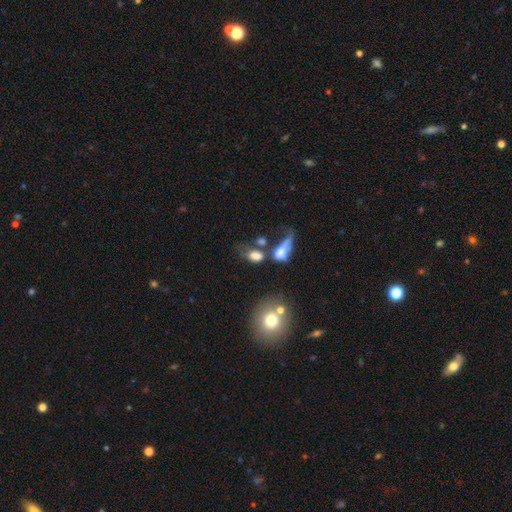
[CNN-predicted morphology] Smooth or featured: smooth — 68% (featured or disk — 20%)
How rounded: in between — 80% (round — 16%)
Merging: merger — 40% (major disturbance — 23%)